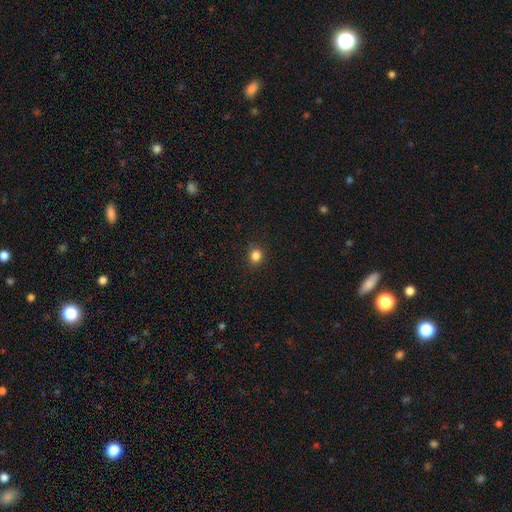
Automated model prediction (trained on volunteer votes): Smooth or featured? Predicted: smooth (p=0.84). How rounded? Predicted: round (p=0.79). Merging? Predicted: none (p=0.90).